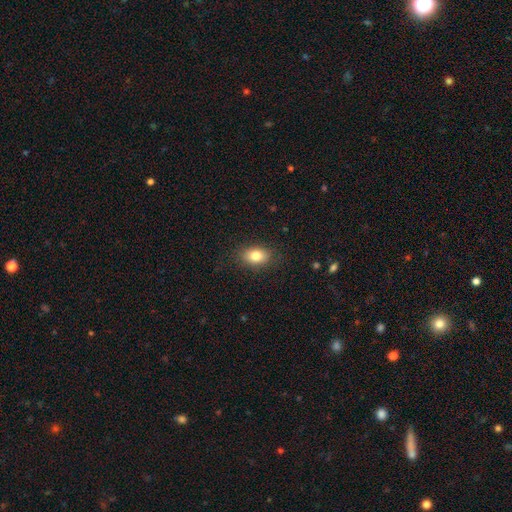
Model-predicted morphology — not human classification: This appears to be a smooth galaxy with no disk features (81%) that is in between round and cigar-shaped (78%). Merging: none (86%).